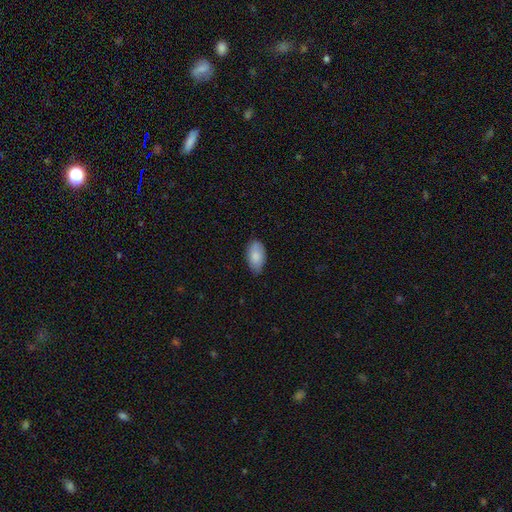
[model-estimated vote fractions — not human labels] smooth_or_featured: smooth (p=0.85) [alt: featured or disk p=0.09]
how_rounded: in between (p=0.94) [alt: round p=0.03]
merging: none (p=0.76) [alt: minor disturbance p=0.20]